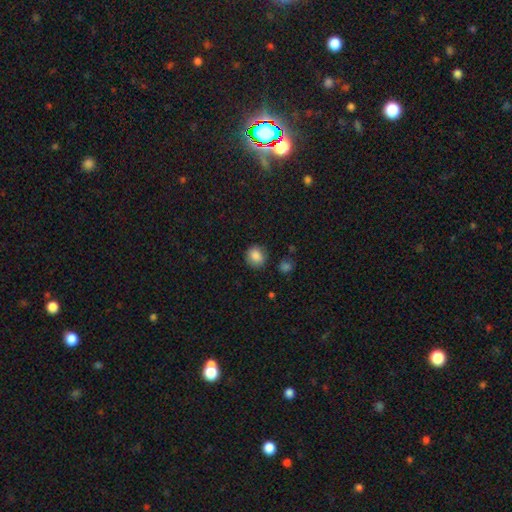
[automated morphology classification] smooth_or_featured: smooth (p=0.85) [alt: star or artifact p=0.09]
how_rounded: round (p=0.73) [alt: in between p=0.26]
merging: none (p=0.81) [alt: minor disturbance p=0.13]